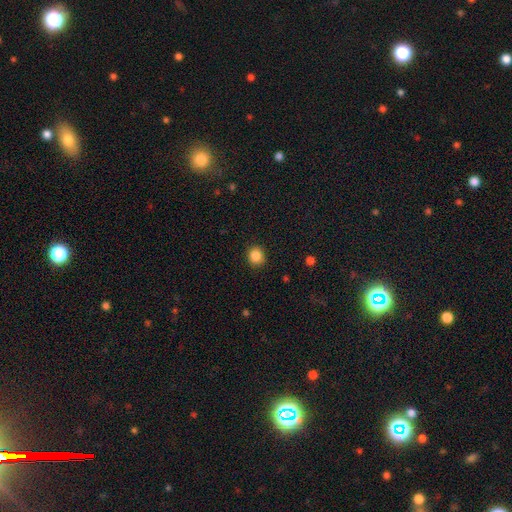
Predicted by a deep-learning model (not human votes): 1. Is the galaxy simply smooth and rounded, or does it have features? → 86% smooth, 10% star or artifact, 3% featured or disk.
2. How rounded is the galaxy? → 82% round, 17% in between, 1% cigar-shaped.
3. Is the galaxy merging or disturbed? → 88% none, 8% minor disturbance, 2% major disturbance, 1% merger.